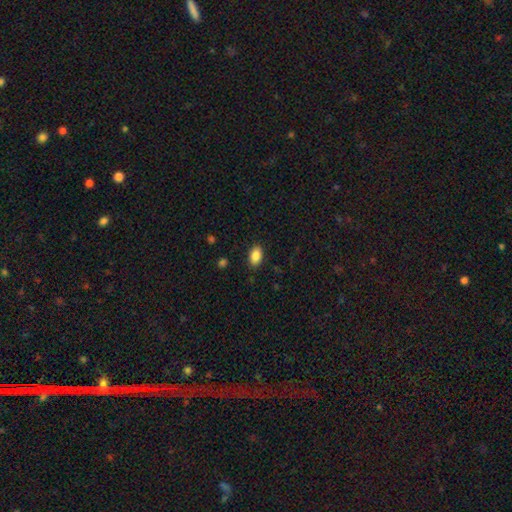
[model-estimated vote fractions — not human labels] Overall: smooth (88%). How rounded: in between (89%). Merging: none (88%).